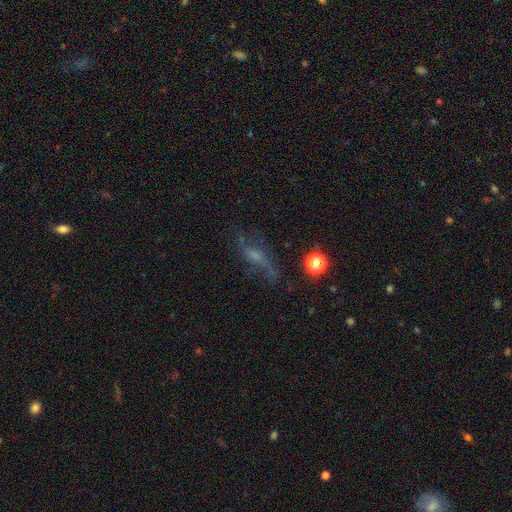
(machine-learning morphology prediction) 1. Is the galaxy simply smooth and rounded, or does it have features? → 50% featured or disk, 28% smooth, 22% star or artifact.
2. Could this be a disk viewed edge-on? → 76% no, 24% yes.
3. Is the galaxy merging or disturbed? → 59% none, 20% minor disturbance, 18% major disturbance, 4% merger.